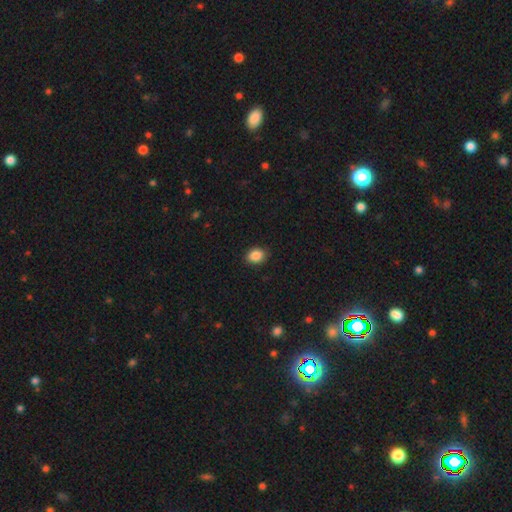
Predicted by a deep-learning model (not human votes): Overall: smooth (88%). How rounded: in between (66%; round 33%). Merging: none (88%).